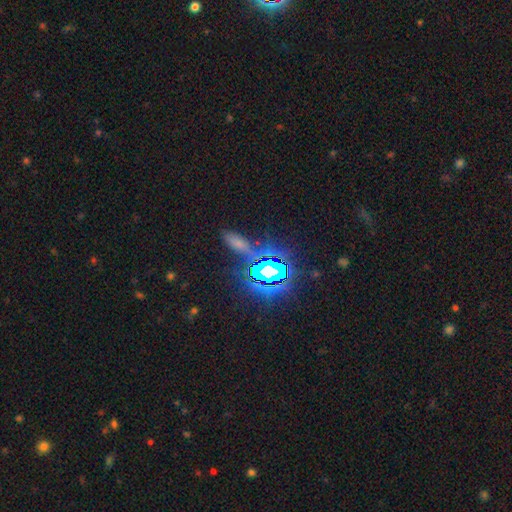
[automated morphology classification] Smooth or featured? Predicted: star or artifact (p=0.80).